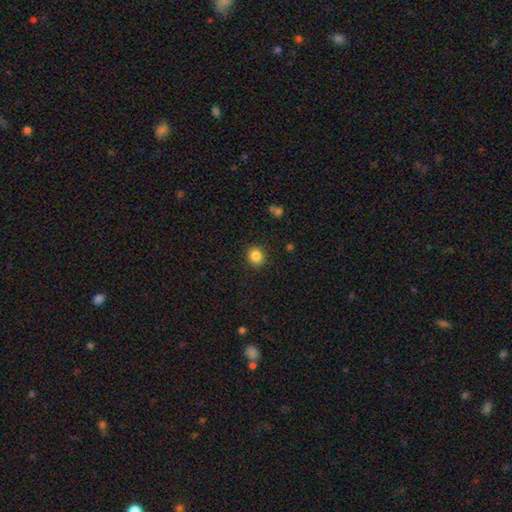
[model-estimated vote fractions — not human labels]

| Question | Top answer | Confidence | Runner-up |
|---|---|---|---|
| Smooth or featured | smooth | 85% | star or artifact (10%) |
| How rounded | round | 81% | in between (18%) |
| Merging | none | 90% | minor disturbance (6%) |